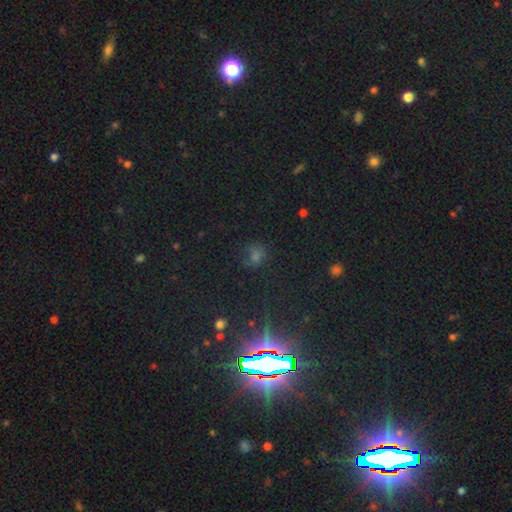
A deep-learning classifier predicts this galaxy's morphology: Smooth or featured? star or artifact (52%)